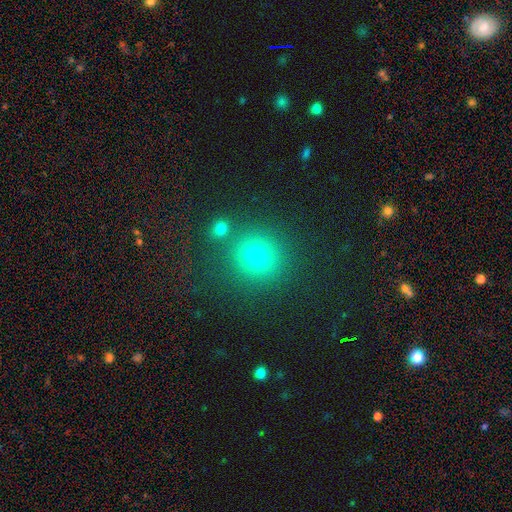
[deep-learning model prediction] This is likely a smooth galaxy (73%). How rounded: clearly round (92%). Merging: clearly none (82%).